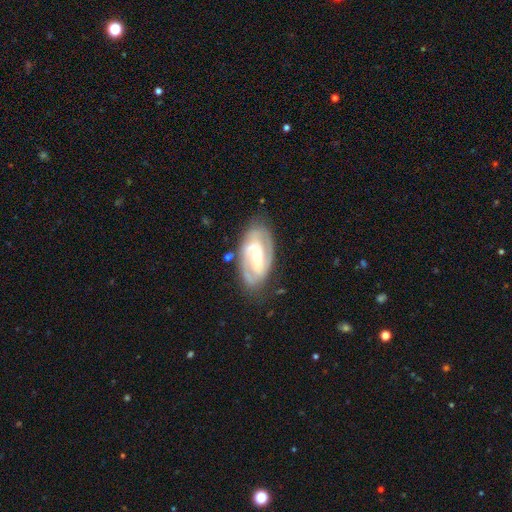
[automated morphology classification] A featured or disk galaxy (83%) with a weak bar (39%), 2 (71%) tight (52%) spiral arms (93%) and a small central bulge (59%).

Vote fractions:
- Smooth or featured? featured or disk: 83% / smooth: 13% / star or artifact: 5%
- Edge-on disk? no: 95% / yes: 5%
- Bar? weak: 39% / no: 37% / strong: 24%
- Spiral arms? yes: 93% / no: 7%
- Spiral winding? tight: 52% / medium: 38% / loose: 10%
- Spiral arm count? 2: 71% / can't tell: 14% / 3: 9% / 1: 3% / 4: 2% / more than 4: 2%
- Bulge size? small: 59% / moderate: 36% / large: 2% / none: 2% / dominant: 1%
- Merging? none: 76% / minor disturbance: 16% / major disturbance: 5% / merger: 2%